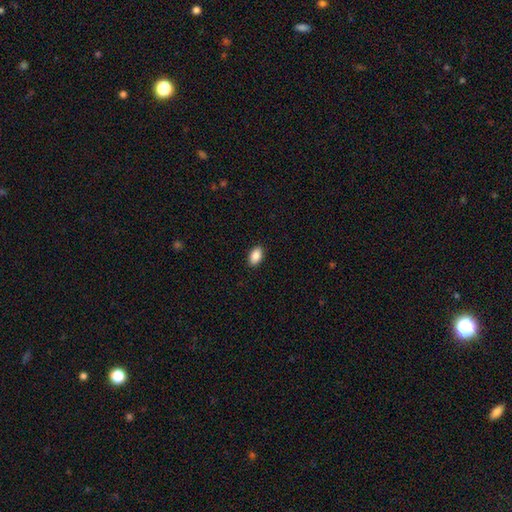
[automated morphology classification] Smooth or featured: smooth — 88% (star or artifact — 7%)
How rounded: in between — 92% (round — 6%)
Merging: none — 90% (minor disturbance — 7%)